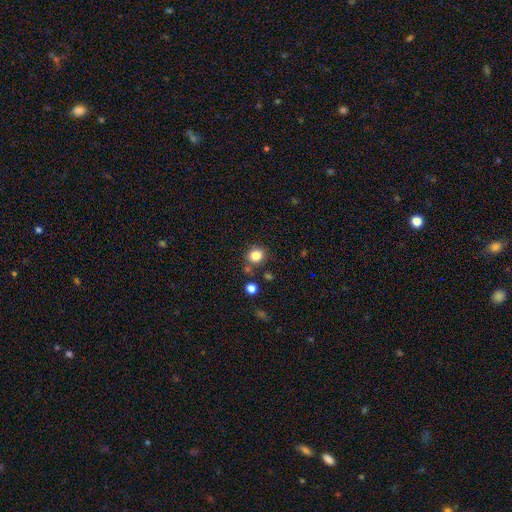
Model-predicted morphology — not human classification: A smooth galaxy with no disk features (83%) that is round (81%). Merging: none (80%).